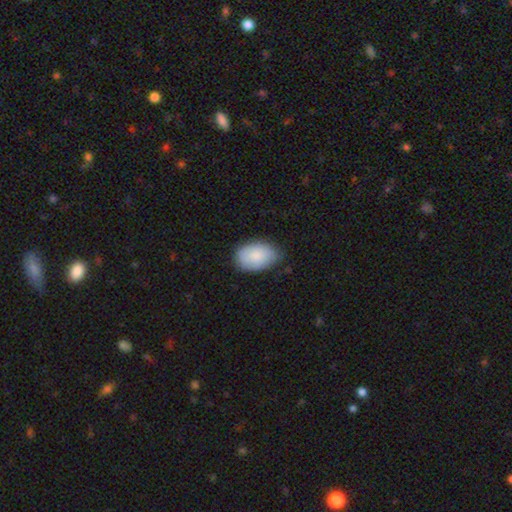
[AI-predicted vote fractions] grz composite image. It shows a smooth galaxy with no disk features (83%) that is in between round and cigar-shaped (89%). Merging: none (67%).